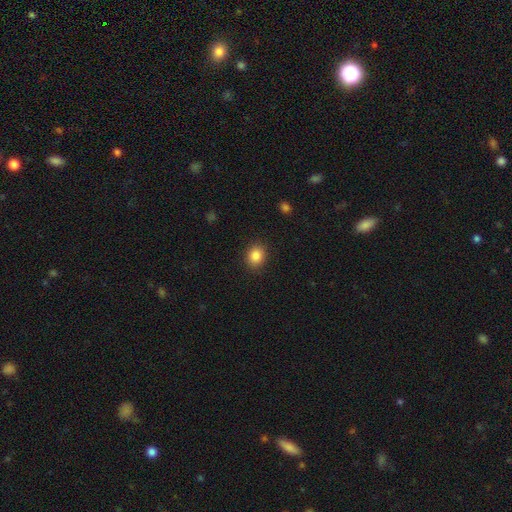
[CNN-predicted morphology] Overall: smooth (86%). How rounded: round (65%; in between 34%). Merging: none (89%).